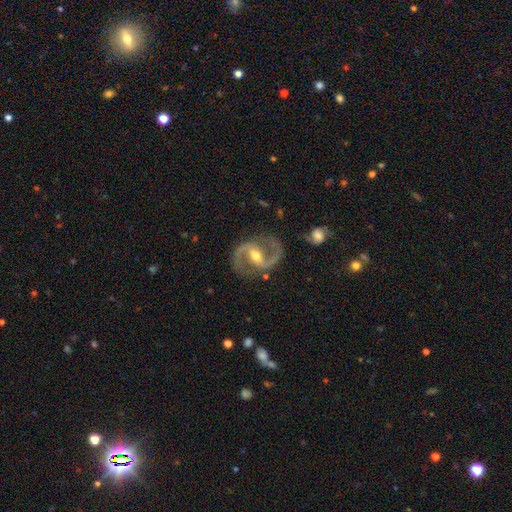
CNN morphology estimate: Smooth or featured?
  - featured or disk: 93% *
  - star or artifact: 4%
  - smooth: 3%
Edge-on disk?
  - no: 98% *
  - yes: 2%
Bar?
  - weak: 41% *
  - strong: 36%
  - no: 23%
Spiral arms?
  - yes: 98% *
  - no: 2%
Spiral winding?
  - medium: 63% *
  - loose: 22%
  - tight: 15%
Spiral arm count?
  - 2: 95% *
  - can't tell: 1%
  - 1: 1%
  - 3: 1%
  - 4: 1%
  - more than 4: 1%
Bulge size?
  - moderate: 68% *
  - small: 26%
  - large: 4%
  - none: 1%
  - dominant: 1%
Merging?
  - none: 85% *
  - minor disturbance: 10%
  - major disturbance: 4%
  - merger: 1%